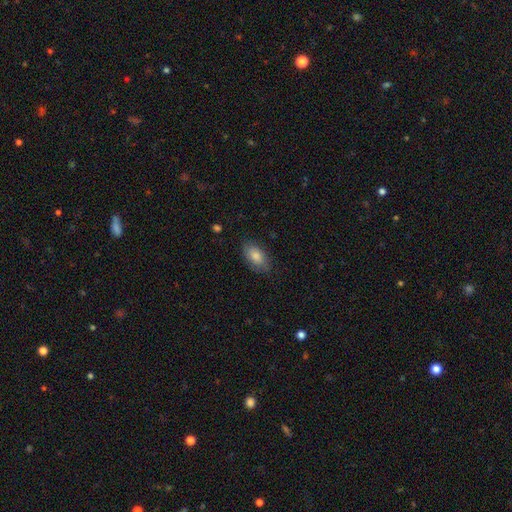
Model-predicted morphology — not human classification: Smooth or featured?
  - smooth: 80% *
  - featured or disk: 13%
  - star or artifact: 8%
How rounded?
  - in between: 92% *
  - round: 4%
  - cigar-shaped: 4%
Merging?
  - none: 82% *
  - minor disturbance: 14%
  - major disturbance: 3%
  - merger: 1%